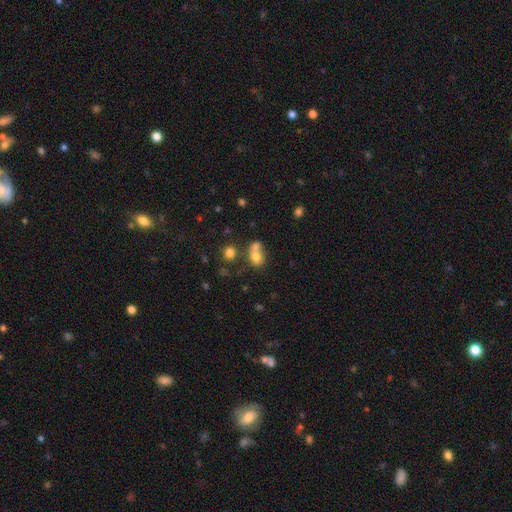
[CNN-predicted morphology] This appears to be a smooth galaxy with no disk features (74%) that is round (56%). Merging: merger (56%).